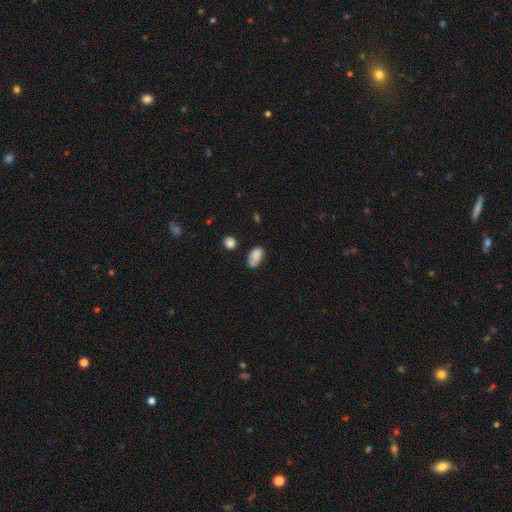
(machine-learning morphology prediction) Smooth or featured? Predicted: smooth (p=0.79). How rounded? Predicted: in between (p=0.85). Merging? Predicted: none (p=0.42).